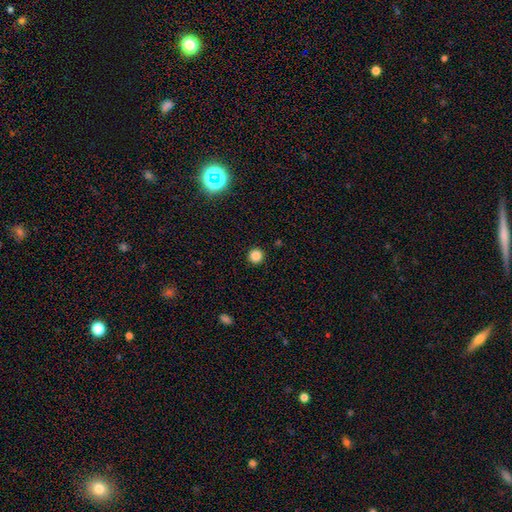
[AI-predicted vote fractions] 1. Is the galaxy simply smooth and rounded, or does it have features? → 85% smooth, 12% star or artifact, 3% featured or disk.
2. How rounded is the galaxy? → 96% round, 3% in between, 1% cigar-shaped.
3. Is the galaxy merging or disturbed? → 92% none, 5% minor disturbance, 2% major disturbance, 1% merger.